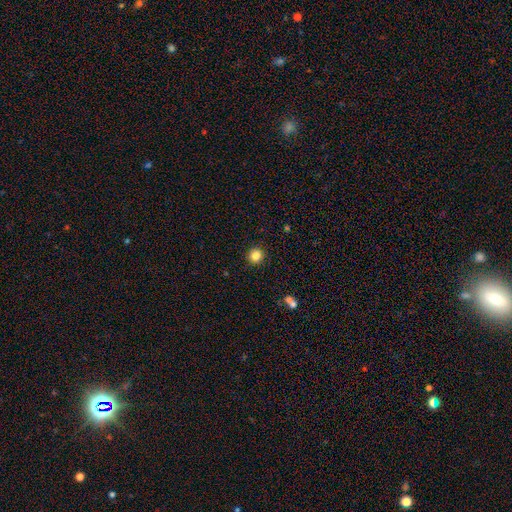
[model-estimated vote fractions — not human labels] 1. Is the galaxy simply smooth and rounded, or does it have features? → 83% smooth, 11% star or artifact, 5% featured or disk.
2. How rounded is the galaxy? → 93% round, 6% in between, 1% cigar-shaped.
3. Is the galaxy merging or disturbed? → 92% none, 5% minor disturbance, 2% major disturbance, 1% merger.